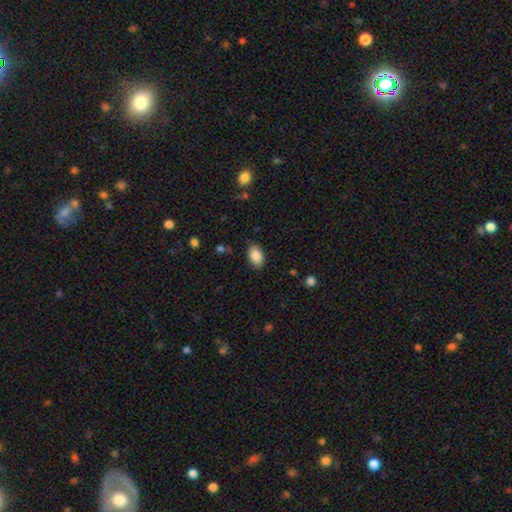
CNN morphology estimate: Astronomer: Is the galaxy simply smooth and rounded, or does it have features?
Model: smooth — 88%.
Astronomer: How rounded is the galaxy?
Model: in between — 92%.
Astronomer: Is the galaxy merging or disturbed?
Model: none — 86%.